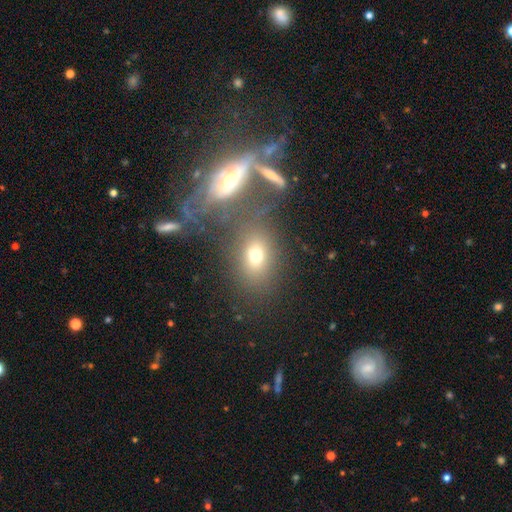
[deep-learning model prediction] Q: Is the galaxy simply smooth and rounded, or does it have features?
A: smooth — 66%.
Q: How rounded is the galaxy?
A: in between — 63%.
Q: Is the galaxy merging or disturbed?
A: none — 62%.